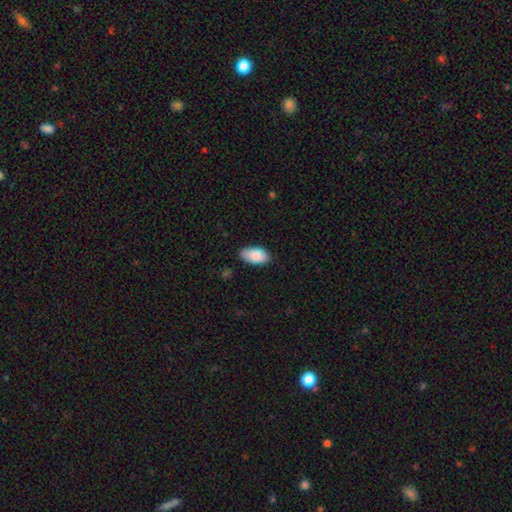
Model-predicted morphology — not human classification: This is clearly a smooth galaxy (85%). How rounded: clearly in between (94%). Merging: likely none (79%).